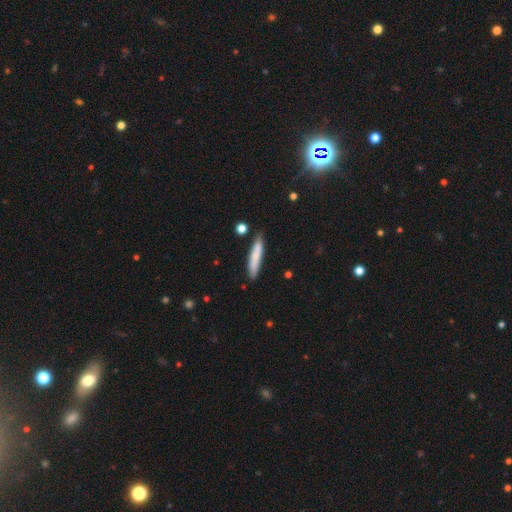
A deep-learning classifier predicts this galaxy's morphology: Smooth or featured? Predicted: smooth (p=0.77). How rounded? Predicted: cigar-shaped (p=0.89). Merging? Predicted: none (p=0.81).